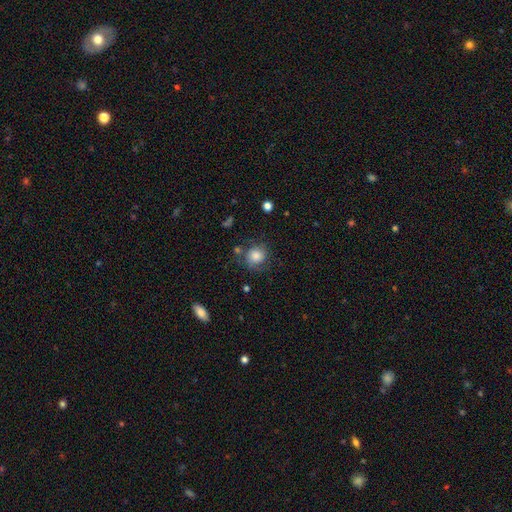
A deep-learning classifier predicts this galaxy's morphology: The model was most divided on "merging": none: 66%, minor disturbance: 20%, major disturbance: 10%, merger: 5%. More confident: how rounded — round (83%); smooth or featured — smooth (72%).